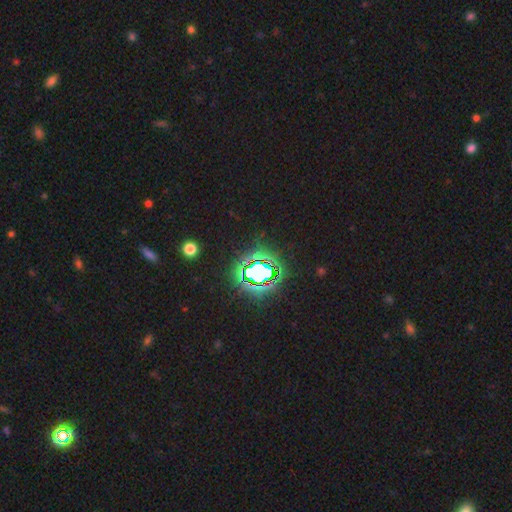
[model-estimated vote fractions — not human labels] A star or artifact, not a galaxy (75%).